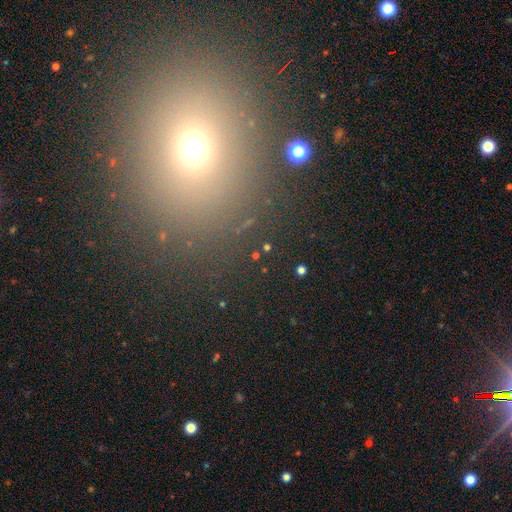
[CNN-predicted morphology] Overall: star or artifact (57%; smooth 30%).